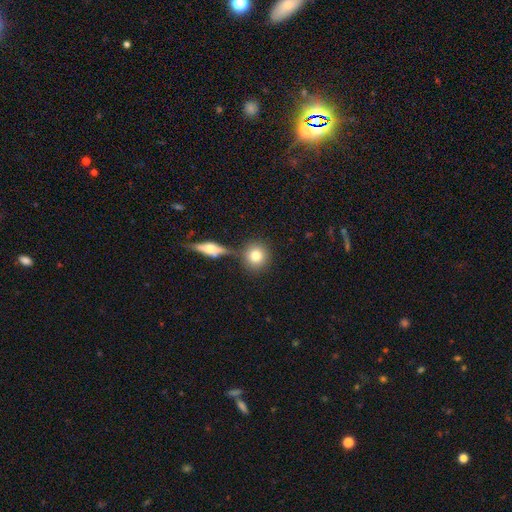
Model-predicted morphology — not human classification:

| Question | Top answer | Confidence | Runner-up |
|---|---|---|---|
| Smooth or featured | smooth | 77% | featured or disk (13%) |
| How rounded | round | 89% | in between (10%) |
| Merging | none | 74% | merger (14%) |